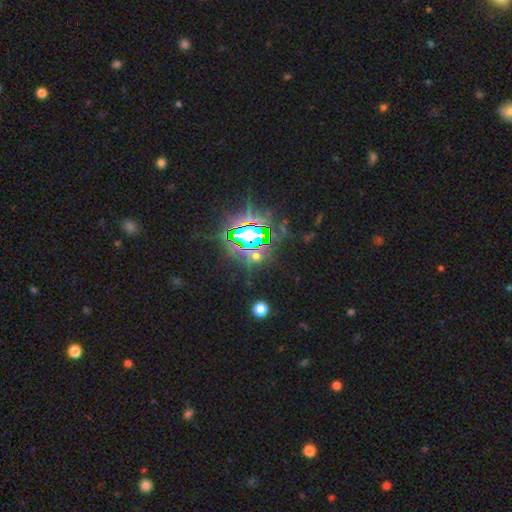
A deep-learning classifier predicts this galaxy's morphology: A star or artifact, not a galaxy (80%).